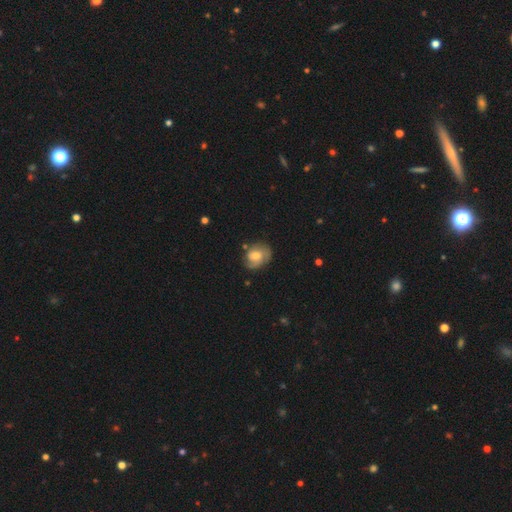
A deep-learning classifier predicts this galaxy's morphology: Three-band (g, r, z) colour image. It shows a featured or disk galaxy (50%). Merging: none (62%).